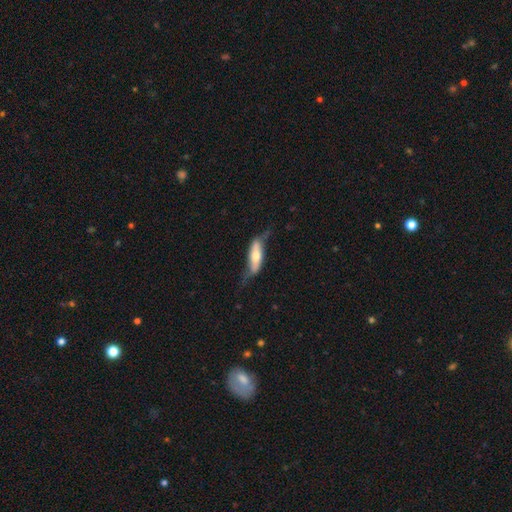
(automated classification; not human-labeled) Smooth or featured? featured or disk (51%)
Edge-on disk? no (54%)
Merging? none (50%)